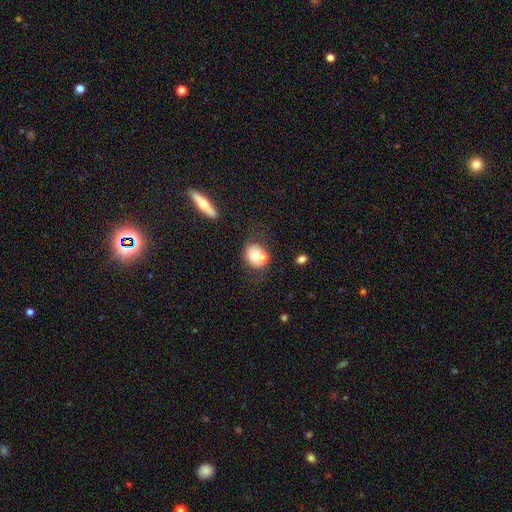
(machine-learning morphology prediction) A smooth galaxy with no disk features (67%) that is round (64%). Merging: none (45%).